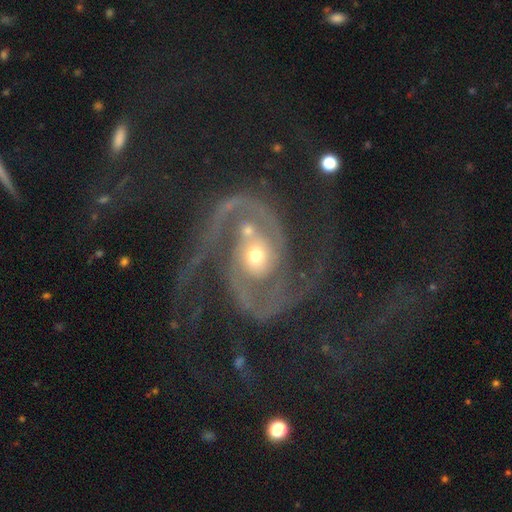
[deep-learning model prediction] Smooth or featured: featured or disk — 91% (star or artifact — 5%)
Edge-on disk: no — 98% (yes — 2%)
Bar: no — 65% (weak — 24%)
Spiral arms: yes — 97% (no — 3%)
Spiral winding: medium — 52% (loose — 28%)
Spiral arm count: 2 — 90% (can't tell — 2%)
Bulge size: moderate — 57% (small — 36%)
Merging: none — 55% (major disturbance — 22%)